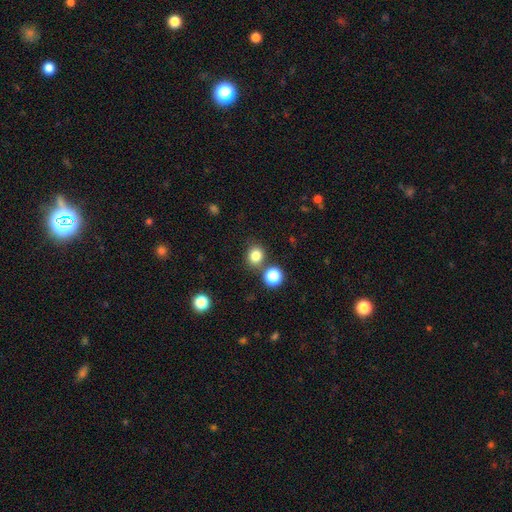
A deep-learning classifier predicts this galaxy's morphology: smooth_or_featured: smooth (p=0.82) [alt: star or artifact p=0.12]
how_rounded: round (p=0.76) [alt: in between p=0.23]
merging: none (p=0.73) [alt: merger p=0.15]